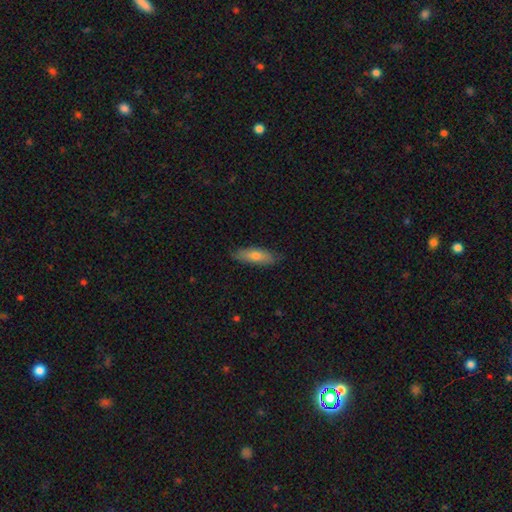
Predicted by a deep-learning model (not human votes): Smooth or featured? smooth (70%)
How rounded? in between (51%)
Merging? none (81%)